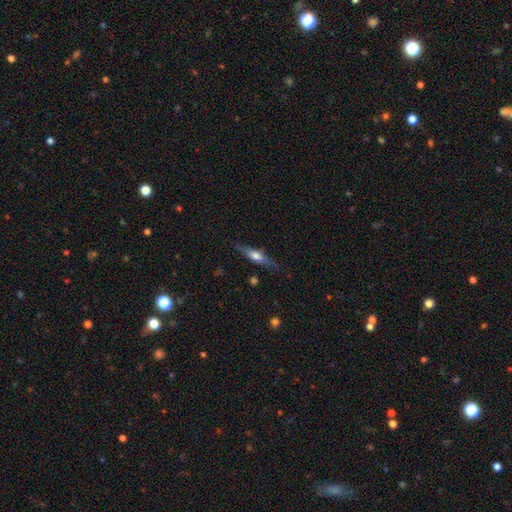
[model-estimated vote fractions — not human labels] Smooth or featured?
  - featured or disk: 55% *
  - smooth: 39%
  - star or artifact: 6%
Edge-on disk?
  - yes: 93% *
  - no: 7%
Edge-on bulge?
  - rounded: 87% *
  - boxy: 8%
  - none: 5%
Merging?
  - none: 81% *
  - minor disturbance: 14%
  - major disturbance: 3%
  - merger: 2%